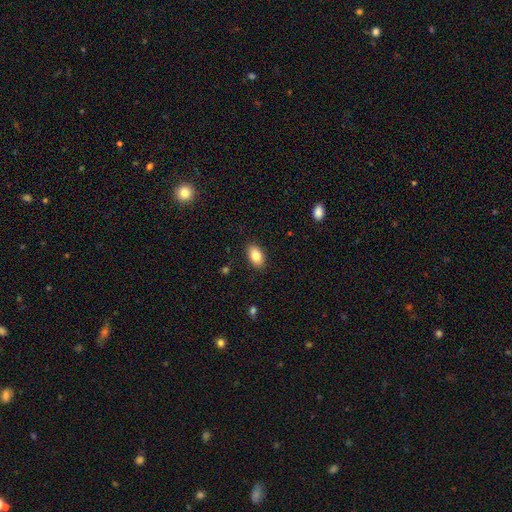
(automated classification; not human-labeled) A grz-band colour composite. It shows a smooth galaxy with no disk features (83%) that is in between round and cigar-shaped (90%). Merging: none (88%).